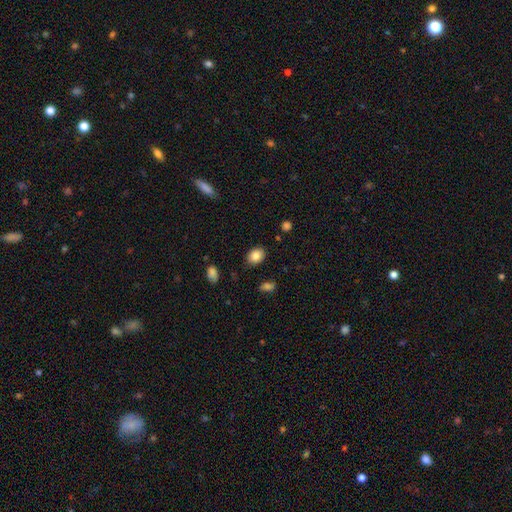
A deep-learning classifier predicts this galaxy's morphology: type=smooth (85%); roundness=in between (71%); merging=none (85%).